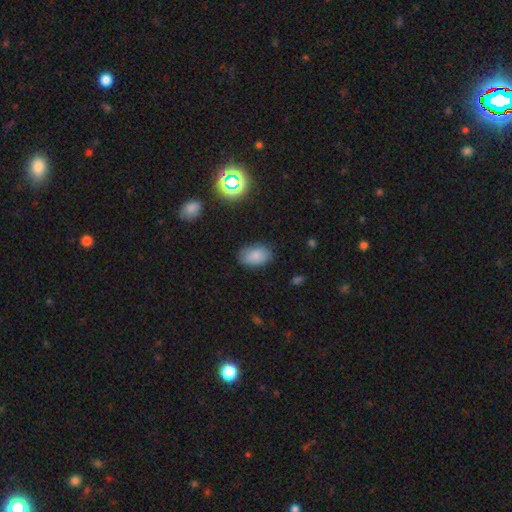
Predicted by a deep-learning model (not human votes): Smooth or featured? Predicted: smooth (p=0.81). How rounded? Predicted: in between (p=0.86). Merging? Predicted: none (p=0.81).